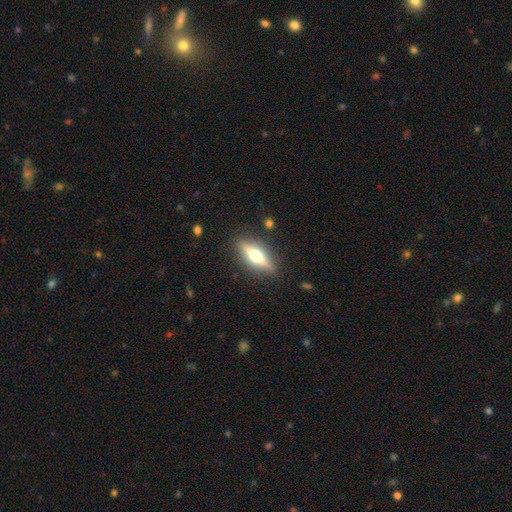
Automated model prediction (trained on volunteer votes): featured or disk 64%, smooth 29%, star or artifact 7%. Down the decision tree: edge-on disk — yes (93%); edge-on bulge — rounded (95%); merging — none (88%).